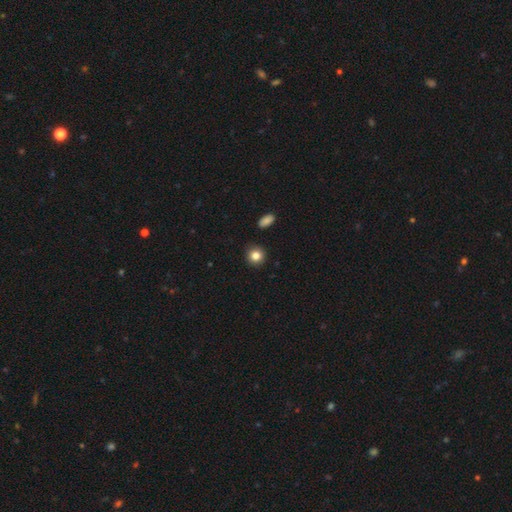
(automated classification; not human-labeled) Smooth or featured? smooth (84%)
How rounded? round (89%)
Merging? none (90%)